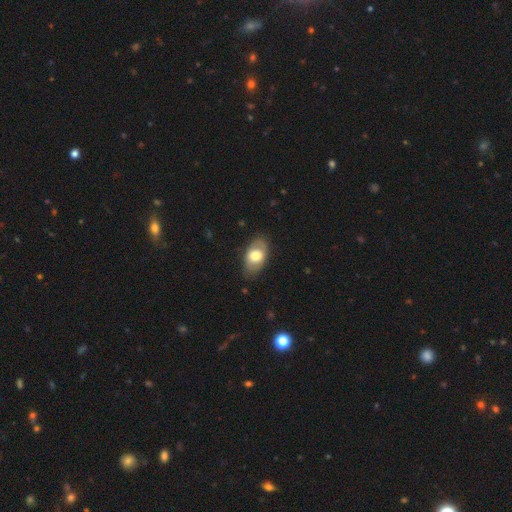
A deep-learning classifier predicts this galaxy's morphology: smooth 64%, featured or disk 29%, star or artifact 6%. Down the decision tree: how rounded — in between (90%); merging — none (77%).